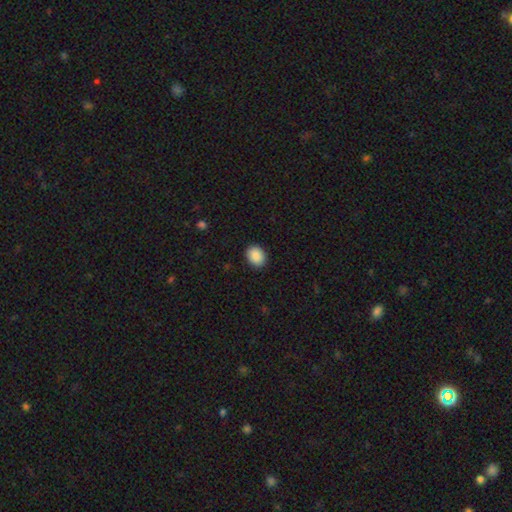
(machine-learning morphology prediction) Smooth or featured? smooth (89%)
How rounded? in between (54%)
Merging? none (90%)